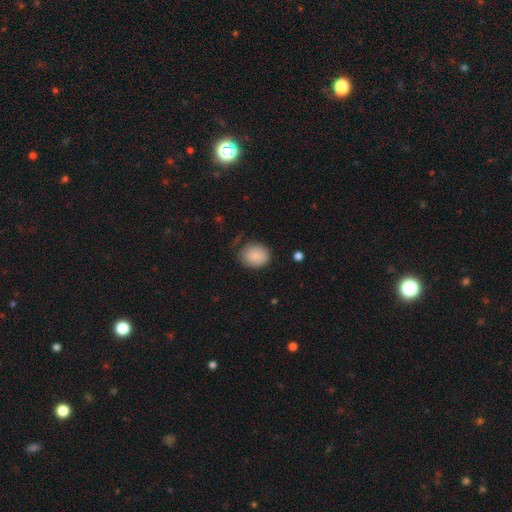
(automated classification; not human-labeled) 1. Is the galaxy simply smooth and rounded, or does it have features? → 83% smooth, 9% featured or disk, 7% star or artifact.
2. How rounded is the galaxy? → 59% round, 40% in between, 1% cigar-shaped.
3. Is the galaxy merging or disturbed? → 68% none, 23% minor disturbance, 7% major disturbance, 2% merger.